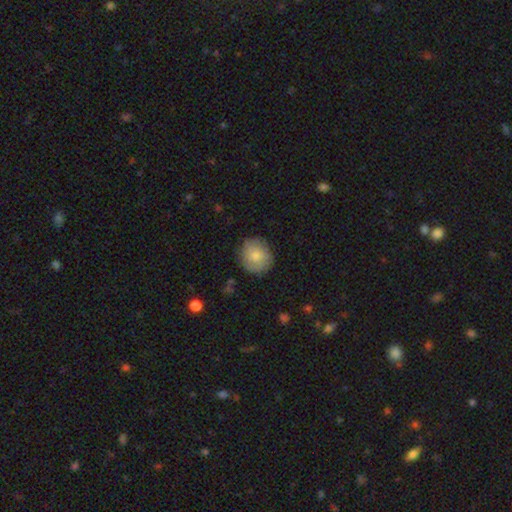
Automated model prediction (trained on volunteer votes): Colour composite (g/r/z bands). It shows a smooth galaxy with no disk features (77%) that is round (88%). Merging: none (82%).